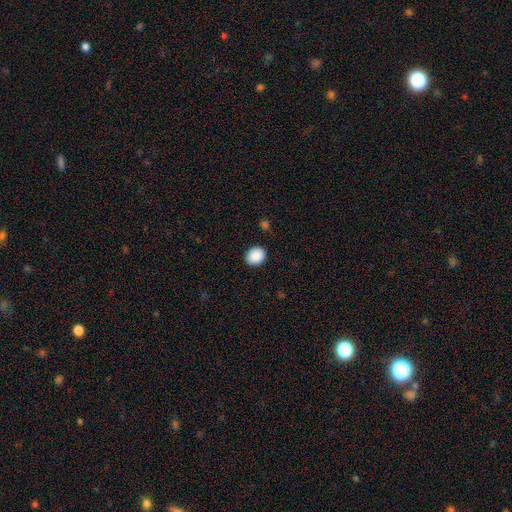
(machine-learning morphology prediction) Overall: smooth (90%). How rounded: round (69%; in between 30%). Merging: none (89%).